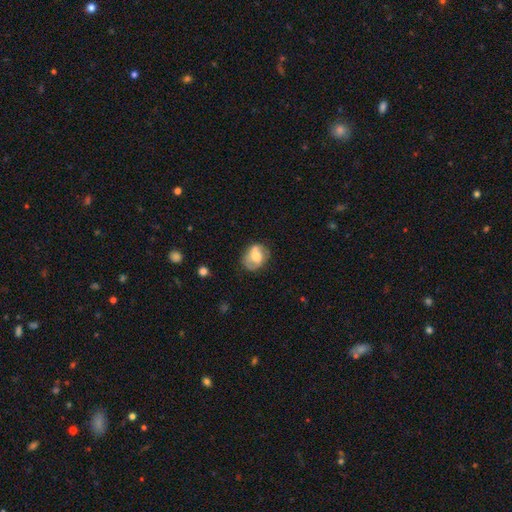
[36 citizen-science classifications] Smooth or featured? smooth (58%)
How rounded? round (52%)
Merging? none (43%)